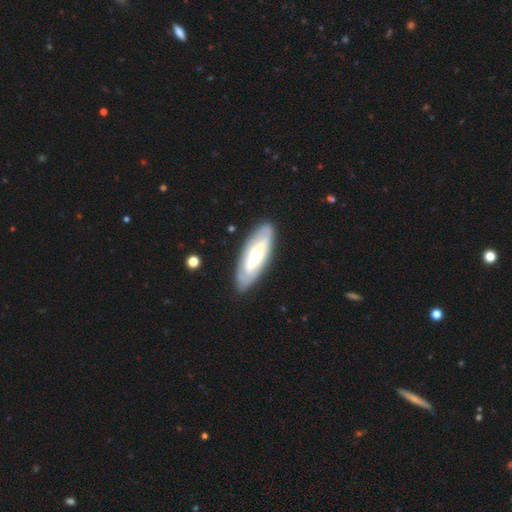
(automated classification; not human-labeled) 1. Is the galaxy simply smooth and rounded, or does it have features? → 62% featured or disk, 33% smooth, 5% star or artifact.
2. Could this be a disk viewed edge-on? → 78% no, 22% yes.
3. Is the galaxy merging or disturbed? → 83% none, 12% minor disturbance, 3% major disturbance, 2% merger.